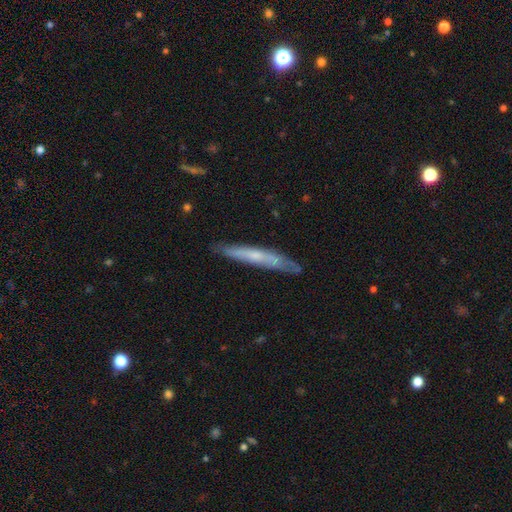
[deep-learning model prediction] Q: Smooth or featured?
A: featured or disk (52%); runner-up: smooth (42%)
Q: Edge-on disk?
A: yes (82%); runner-up: no (18%)
Q: Merging?
A: none (78%); runner-up: minor disturbance (17%)